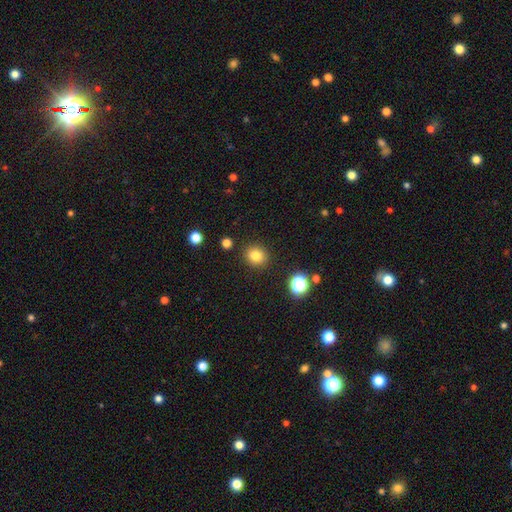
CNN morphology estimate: This is clearly a smooth galaxy (82%). How rounded: likely round (80%). Merging: clearly none (89%).